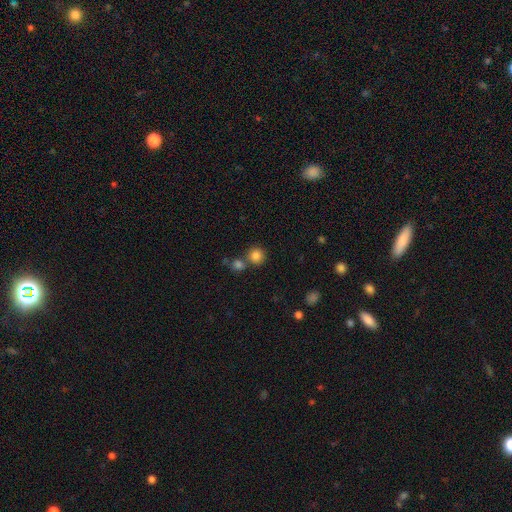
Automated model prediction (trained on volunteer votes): smooth-or-featured: smooth: 83% | star or artifact: 11% | featured or disk: 6%
  how-rounded: round: 90% | in between: 9% | cigar-shaped: 1%
  merging: none: 62% | merger: 28% | minor disturbance: 8% | major disturbance: 3%